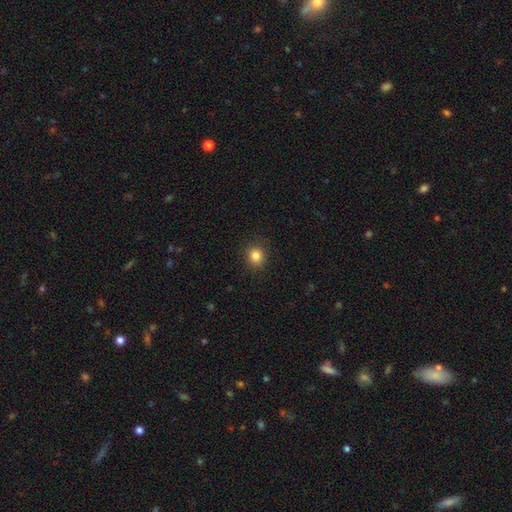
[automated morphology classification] smooth_or_featured: smooth (p=0.84) [alt: star or artifact p=0.12]
how_rounded: round (p=0.85) [alt: in between p=0.14]
merging: none (p=0.90) [alt: minor disturbance p=0.07]